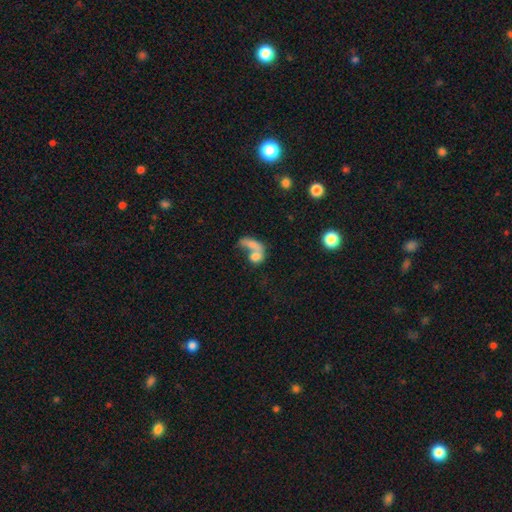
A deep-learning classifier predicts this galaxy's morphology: This appears to be a smooth galaxy with no disk features (64%) that is in between round and cigar-shaped (68%). Merging: merger (69%).